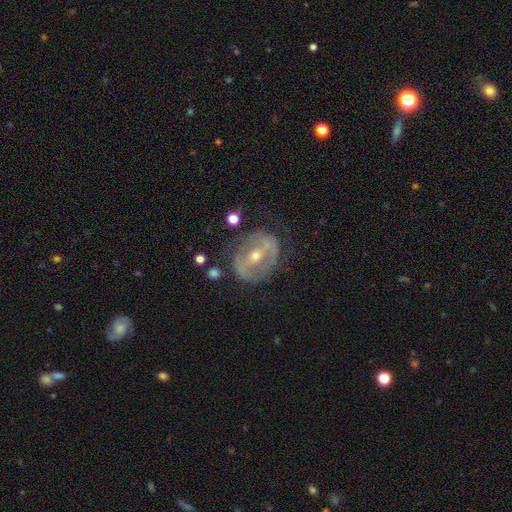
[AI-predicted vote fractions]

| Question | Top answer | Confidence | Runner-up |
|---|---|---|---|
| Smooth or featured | featured or disk | 77% | smooth (16%) |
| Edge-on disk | no | 94% | yes (6%) |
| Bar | strong | 49% | weak (32%) |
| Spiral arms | yes | 51% | no (49%) |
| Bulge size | moderate | 53% | small (44%) |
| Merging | none | 70% | minor disturbance (18%) |